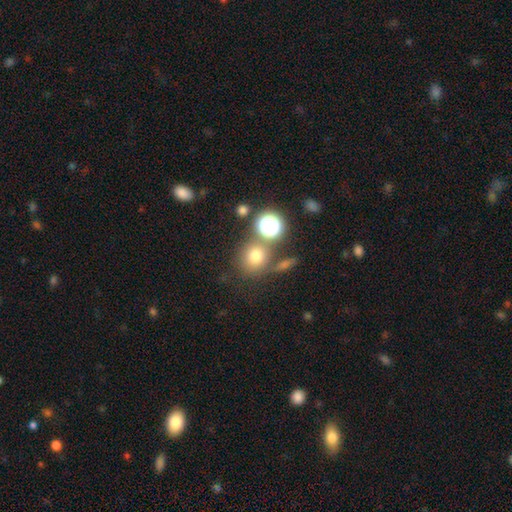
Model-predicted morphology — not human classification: A smooth galaxy with no disk features (72%) that is round (83%).

Vote fractions:
- Smooth or featured? smooth: 72% / star or artifact: 18% / featured or disk: 10%
- How rounded? round: 83% / in between: 15% / cigar-shaped: 1%
- Merging? none: 66% / merger: 18% / minor disturbance: 11% / major disturbance: 5%